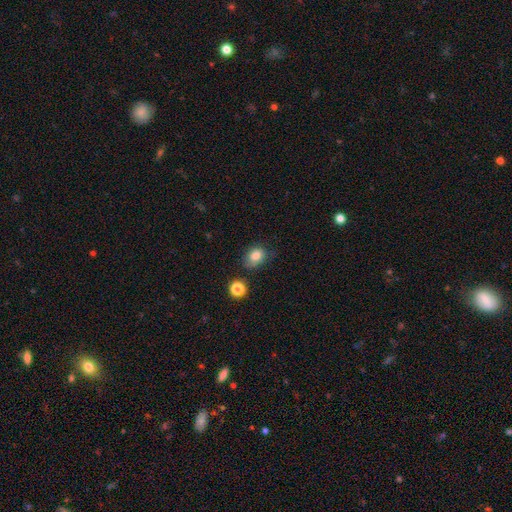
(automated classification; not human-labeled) Smooth or featured?
  - smooth: 82% *
  - star or artifact: 10%
  - featured or disk: 7%
How rounded?
  - in between: 64% *
  - round: 35%
  - cigar-shaped: 1%
Merging?
  - none: 65% *
  - minor disturbance: 25%
  - major disturbance: 6%
  - merger: 4%